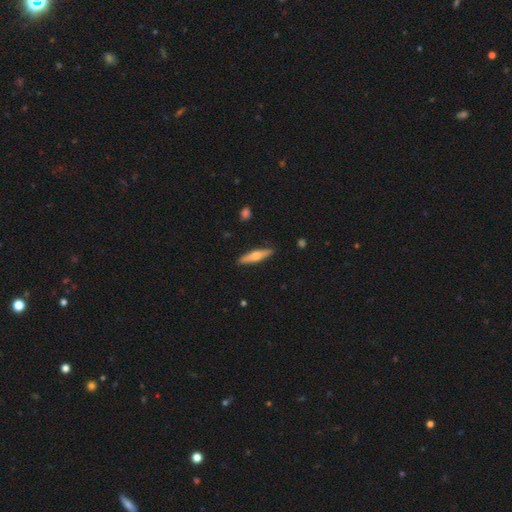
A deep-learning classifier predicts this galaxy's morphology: Smooth or featured: featured or disk — 50% (smooth — 44%)
Edge-on disk: yes — 94% (no — 6%)
Merging: none — 90% (minor disturbance — 7%)